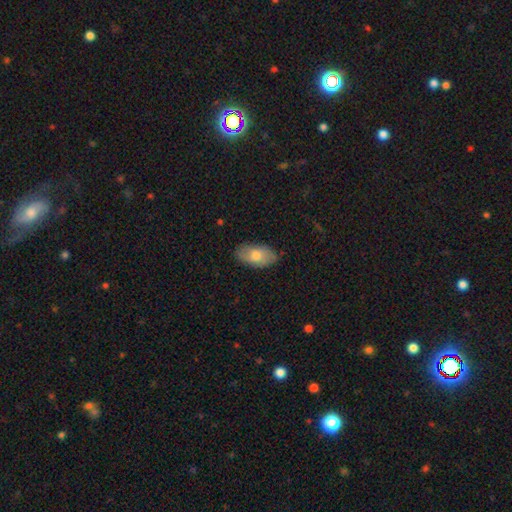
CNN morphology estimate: smooth_or_featured: smooth (p=0.68) [alt: featured or disk p=0.25]
how_rounded: in between (p=0.93) [alt: round p=0.04]
merging: none (p=0.83) [alt: minor disturbance p=0.14]